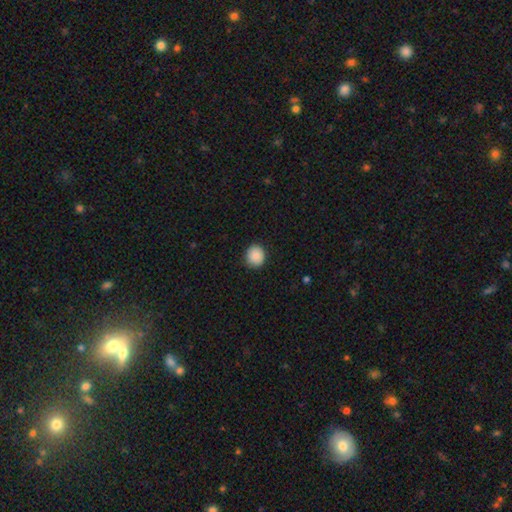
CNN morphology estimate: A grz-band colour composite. It shows a smooth galaxy with no disk features (88%) that is round (83%). Merging: none (89%).